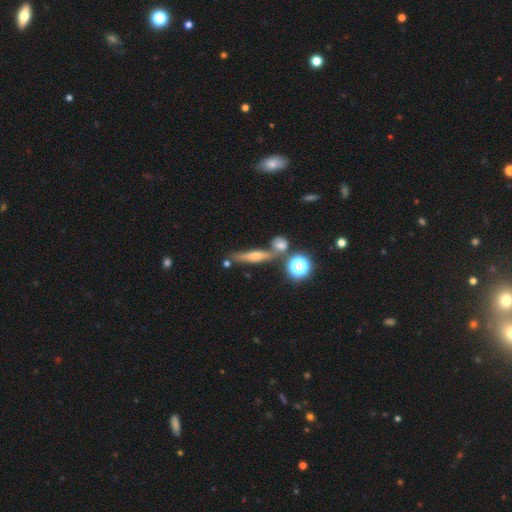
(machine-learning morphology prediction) Smooth or featured? featured or disk (52%)
Edge-on disk? yes (89%)
Merging? none (69%)